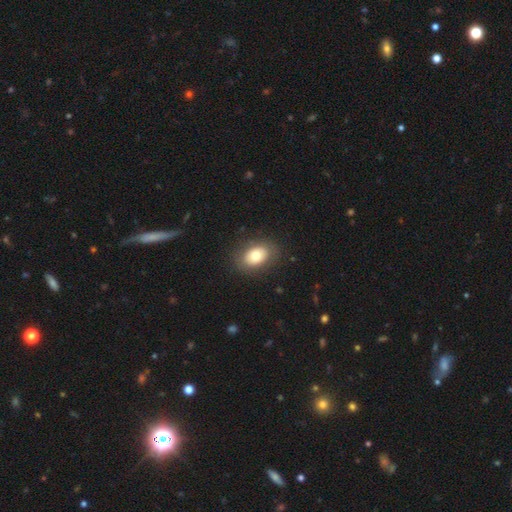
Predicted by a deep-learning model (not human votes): Overall: smooth (74%). How rounded: in between (80%). Merging: none (84%).